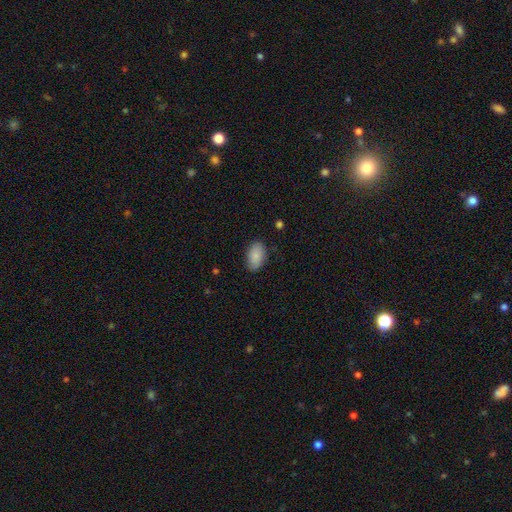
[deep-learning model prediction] Q: Smooth or featured?
A: smooth (87%); runner-up: star or artifact (7%)
Q: How rounded?
A: in between (93%); runner-up: round (6%)
Q: Merging?
A: none (83%); runner-up: minor disturbance (13%)